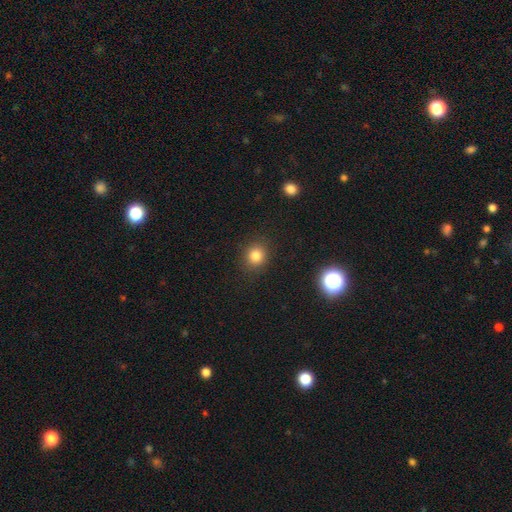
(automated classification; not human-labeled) A smooth galaxy with no disk features (82%) that is round (83%).

Vote fractions:
- Smooth or featured? smooth: 82% / star or artifact: 13% / featured or disk: 6%
- How rounded? round: 83% / in between: 16% / cigar-shaped: 1%
- Merging? none: 88% / minor disturbance: 7% / major disturbance: 3% / merger: 1%